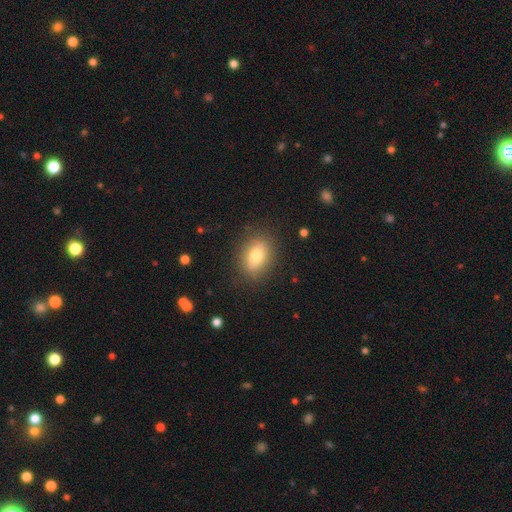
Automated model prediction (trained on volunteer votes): This appears to be a smooth galaxy with no disk features (73%) that is in between round and cigar-shaped (73%). Merging: none (83%).